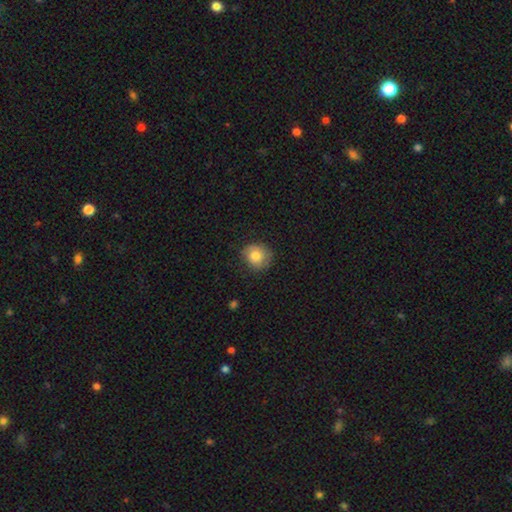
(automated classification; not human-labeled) Smooth or featured? smooth (77%)
How rounded? round (88%)
Merging? none (77%)